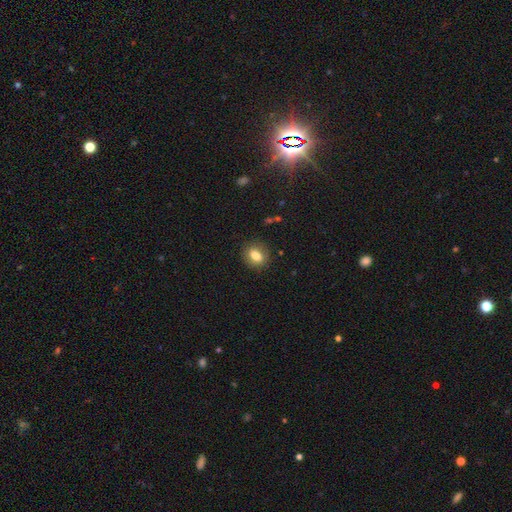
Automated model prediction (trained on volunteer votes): Overall: smooth (80%). How rounded: in between (55%; round 43%). Merging: none (86%).